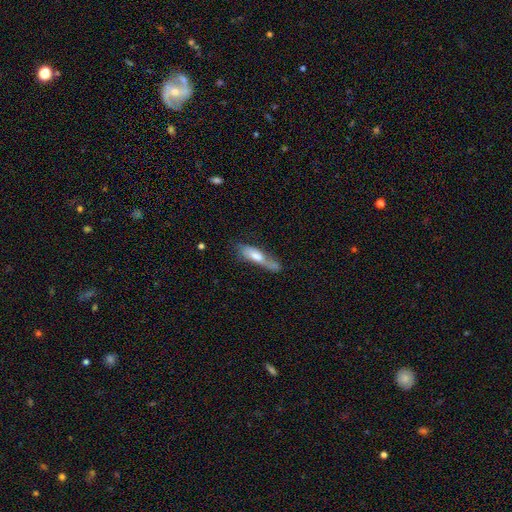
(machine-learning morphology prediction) Smooth or featured?
  - smooth: 60% *
  - featured or disk: 33%
  - star or artifact: 7%
How rounded?
  - cigar-shaped: 65% *
  - in between: 33%
  - round: 2%
Merging?
  - none: 42% *
  - minor disturbance: 27%
  - major disturbance: 16%
  - merger: 15%